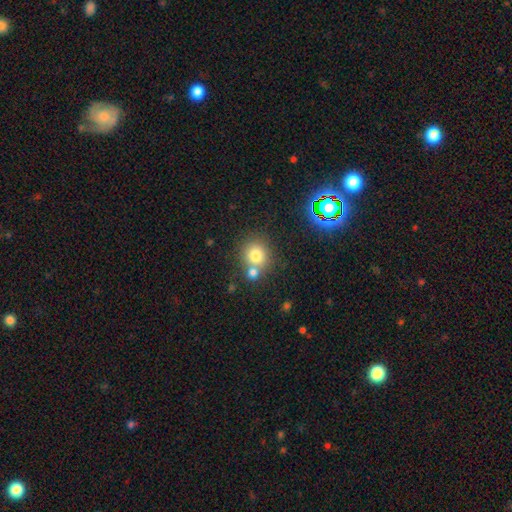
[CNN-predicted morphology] Overall: smooth (77%). How rounded: round (83%). Merging: none (56%; merger 32%).